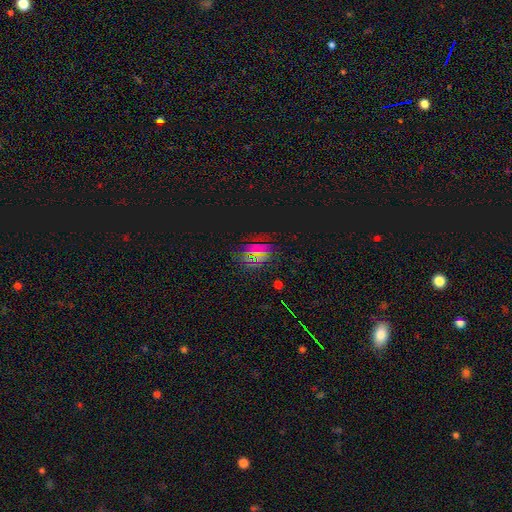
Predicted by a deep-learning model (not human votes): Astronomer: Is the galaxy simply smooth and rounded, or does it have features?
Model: star or artifact — 54% (runner-up: smooth, 34%).